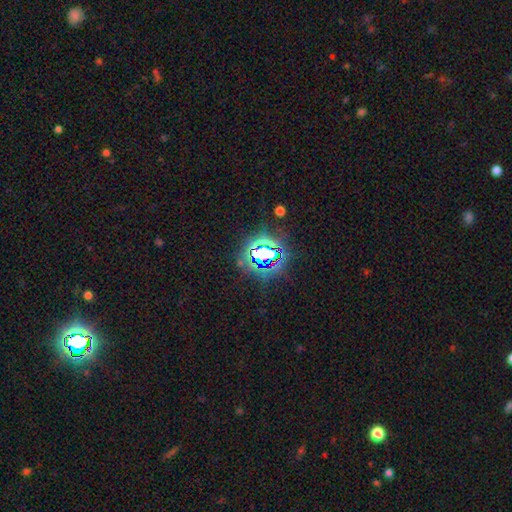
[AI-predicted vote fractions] Smooth or featured?
  - star or artifact: 78% *
  - smooth: 13%
  - featured or disk: 9%